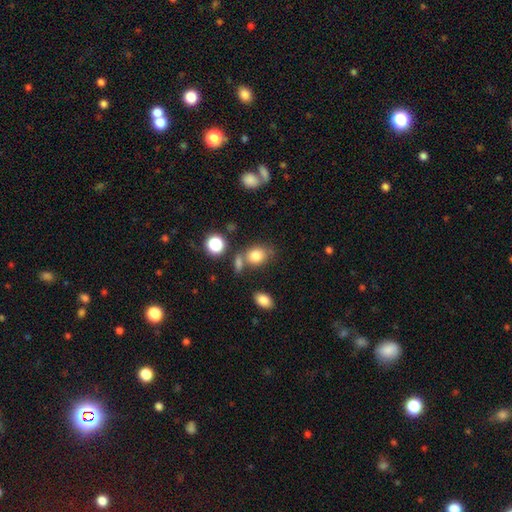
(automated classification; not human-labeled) Smooth or featured? Predicted: smooth (p=0.80). How rounded? Predicted: in between (p=0.55). Merging? Predicted: none (p=0.58).